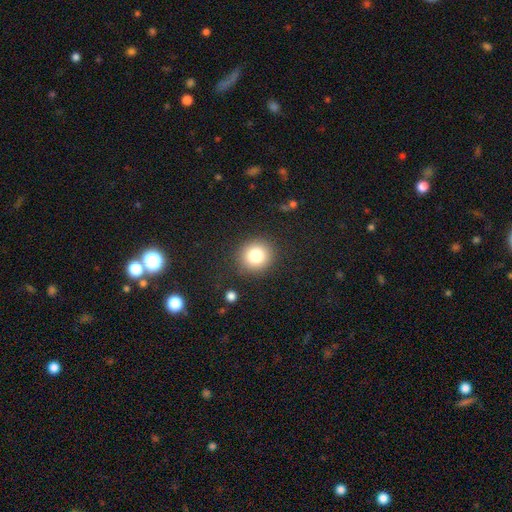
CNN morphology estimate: smooth 80%, star or artifact 11%, featured or disk 8%. Down the decision tree: how rounded — round (89%); merging — none (89%).